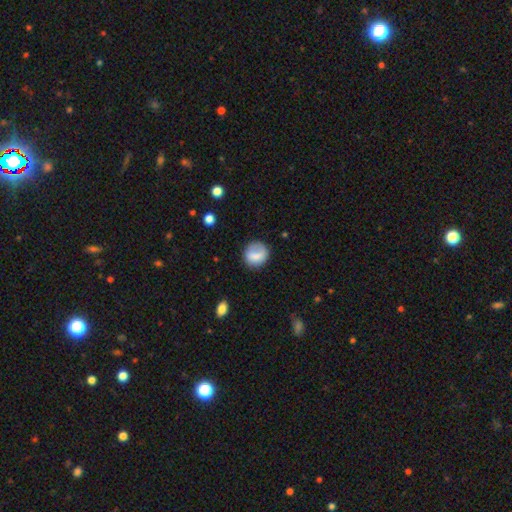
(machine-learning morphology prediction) Smooth or featured? Predicted: smooth (p=0.78). How rounded? Predicted: round (p=0.83). Merging? Predicted: none (p=0.69).